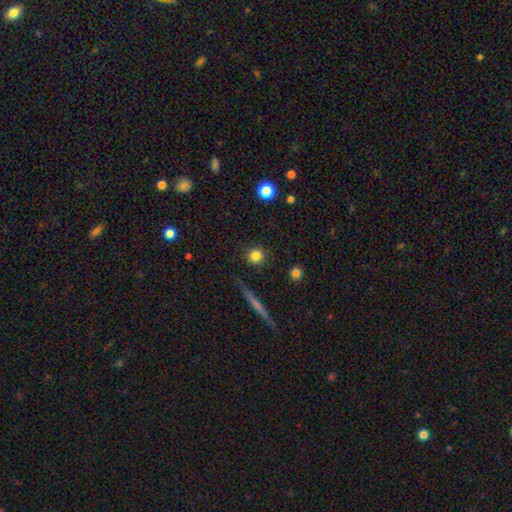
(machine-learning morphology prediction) Overall: smooth (82%). How rounded: round (92%). Merging: none (89%).